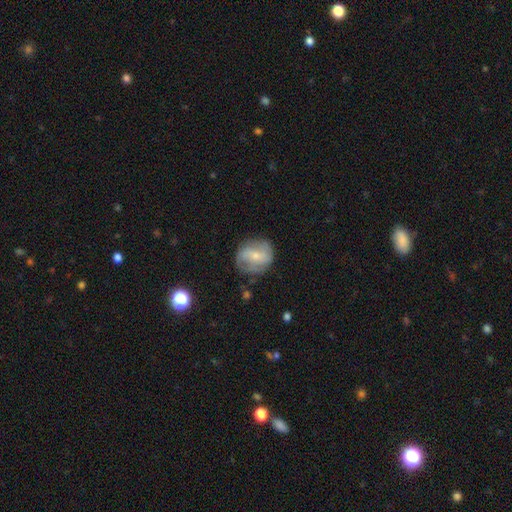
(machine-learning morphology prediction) Overall: featured or disk (55%; smooth 37%). Edge-on disk: no (97%). Bar: no (52%; weak 36%). Spiral arms: yes (75%). Bulge size: small (67%; moderate 28%). Merging: none (68%).